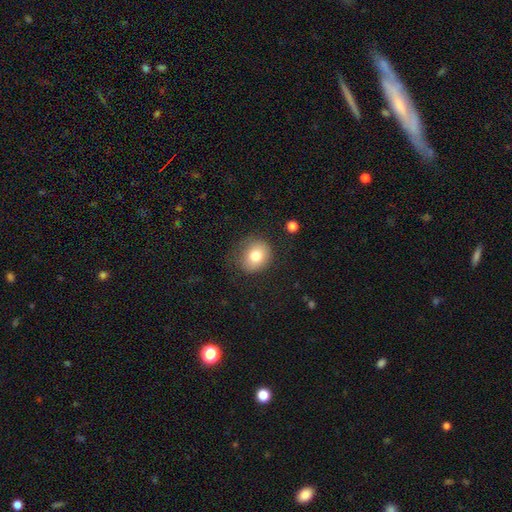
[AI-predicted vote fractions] The model was most divided on "how rounded": round: 71%, in between: 28%, cigar-shaped: 1%. More confident: smooth or featured — smooth (79%); merging — none (71%).